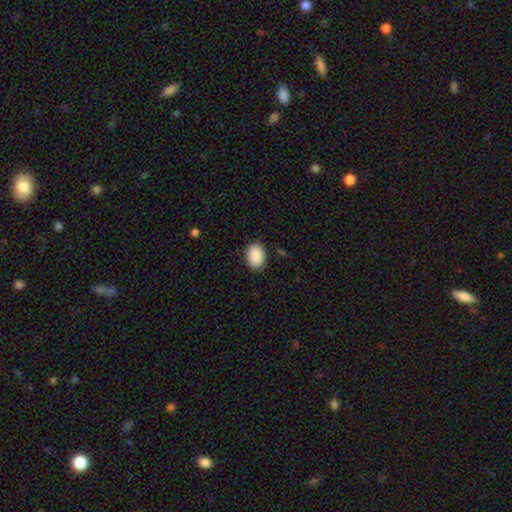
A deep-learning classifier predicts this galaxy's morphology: type=smooth (90%); roundness=in between (78%); merging=none (89%).